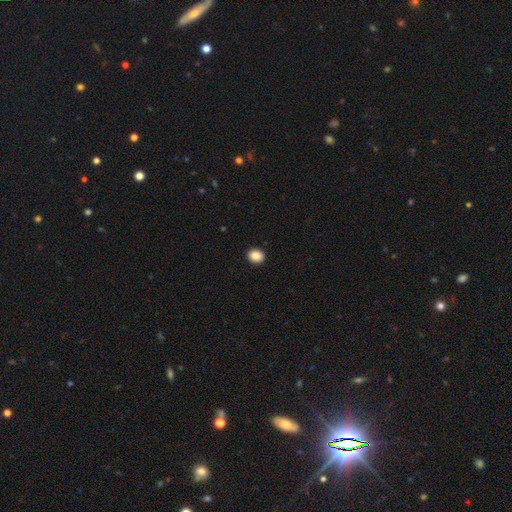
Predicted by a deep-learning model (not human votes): A smooth galaxy with no disk features (86%) that is round (68%).

Vote fractions:
- Smooth or featured? smooth: 86% / star or artifact: 9% / featured or disk: 5%
- How rounded? round: 68% / in between: 31% / cigar-shaped: 1%
- Merging? none: 92% / minor disturbance: 5% / major disturbance: 1% / merger: 1%